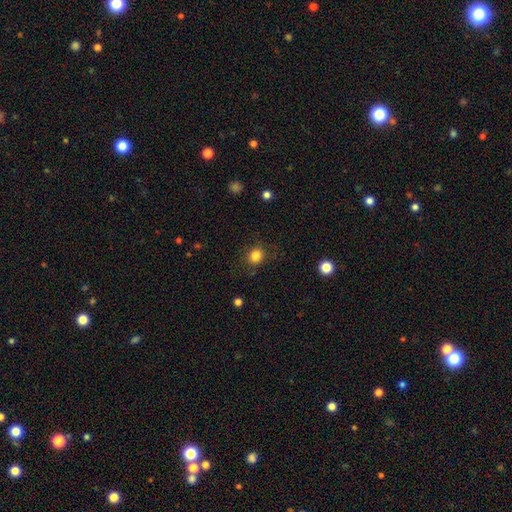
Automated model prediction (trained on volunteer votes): smooth 84%, star or artifact 11%, featured or disk 5%. Down the decision tree: how rounded — round (79%); merging — none (82%).